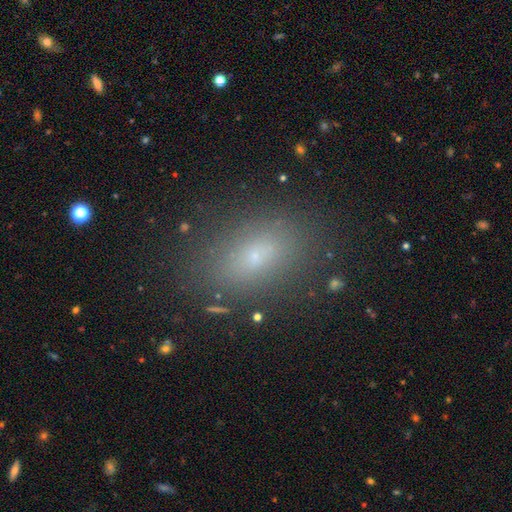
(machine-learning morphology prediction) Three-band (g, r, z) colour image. It shows a smooth galaxy with no disk features (66%) that is in between round and cigar-shaped (82%). Merging: none (83%).